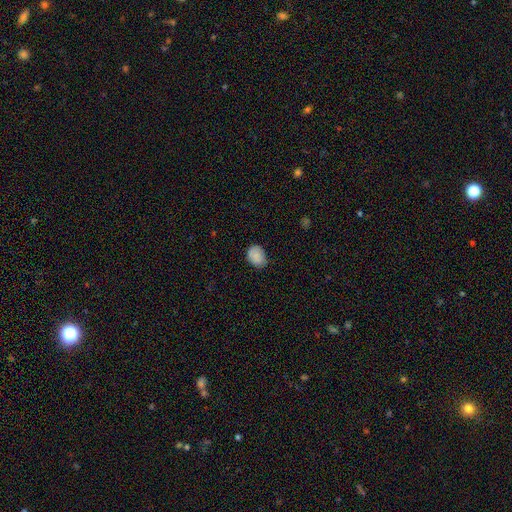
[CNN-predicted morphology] Overall: smooth (85%). How rounded: in between (68%; round 31%). Merging: none (68%).